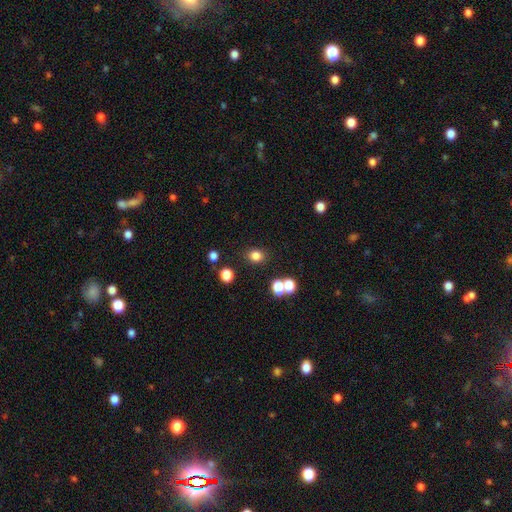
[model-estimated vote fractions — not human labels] Overall: smooth (80%). How rounded: round (64%; in between 35%). Merging: none (82%).